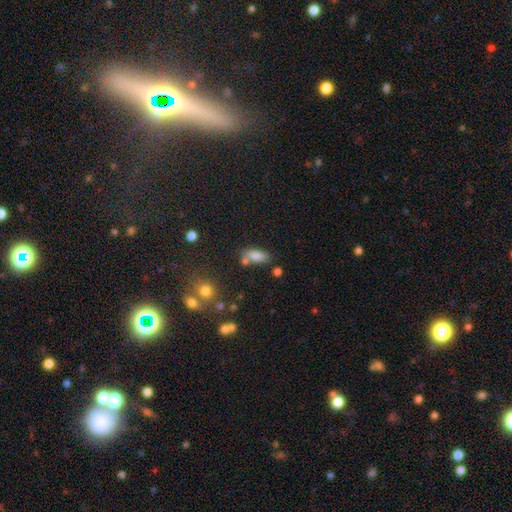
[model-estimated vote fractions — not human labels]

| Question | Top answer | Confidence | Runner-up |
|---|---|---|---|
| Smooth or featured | smooth | 82% | star or artifact (9%) |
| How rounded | in between | 82% | cigar-shaped (14%) |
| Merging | none | 63% | merger (16%) |